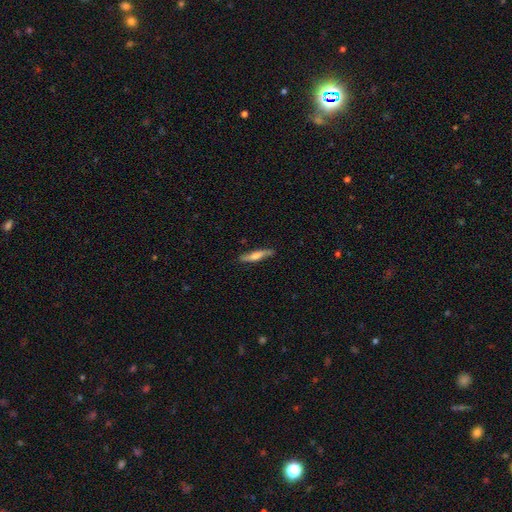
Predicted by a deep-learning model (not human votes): The model was most divided on "smooth or featured": smooth: 49%, featured or disk: 45%, star or artifact: 6%. More confident: merging — none (82%).